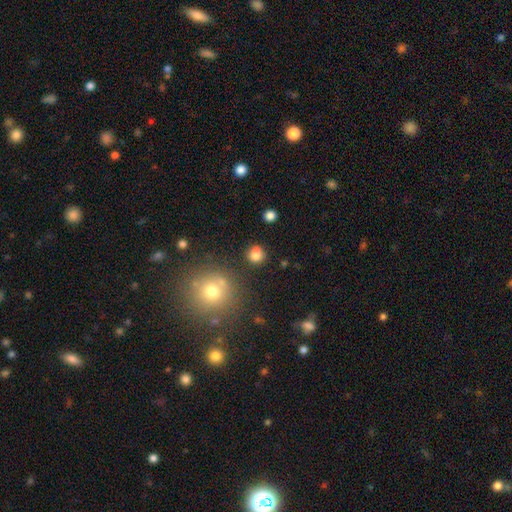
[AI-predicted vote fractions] This appears to be a smooth galaxy with no disk features (78%) that is round (84%). Merging: none (64%).